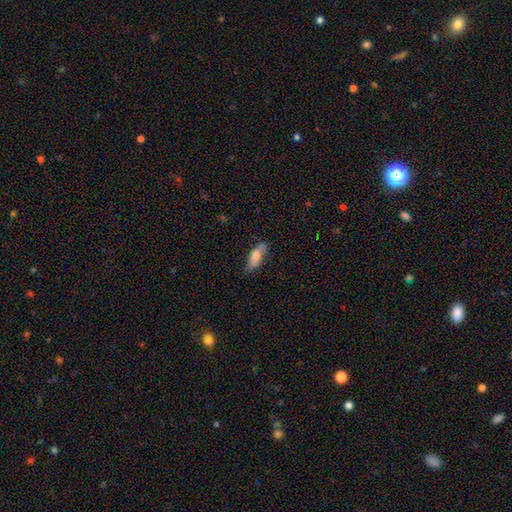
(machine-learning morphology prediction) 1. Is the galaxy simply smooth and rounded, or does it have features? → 60% smooth, 33% featured or disk, 7% star or artifact.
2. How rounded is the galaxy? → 64% in between, 33% cigar-shaped, 3% round.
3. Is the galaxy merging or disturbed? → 74% none, 20% minor disturbance, 4% major disturbance, 2% merger.